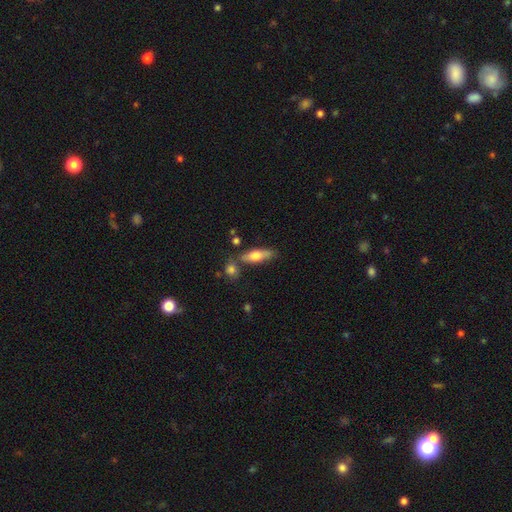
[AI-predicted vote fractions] smooth_or_featured: smooth (p=0.63) [alt: featured or disk p=0.31]
how_rounded: in between (p=0.51) [alt: cigar-shaped p=0.46]
merging: none (p=0.68) [alt: minor disturbance p=0.15]